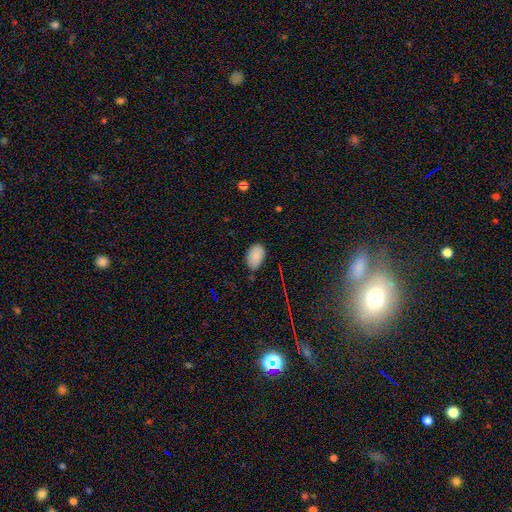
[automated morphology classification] A smooth galaxy with no disk features (86%) that is in between round and cigar-shaped (91%).

Vote fractions:
- Smooth or featured? smooth: 86% / star or artifact: 10% / featured or disk: 4%
- How rounded? in between: 91% / round: 7% / cigar-shaped: 1%
- Merging? none: 75% / minor disturbance: 19% / major disturbance: 3% / merger: 2%